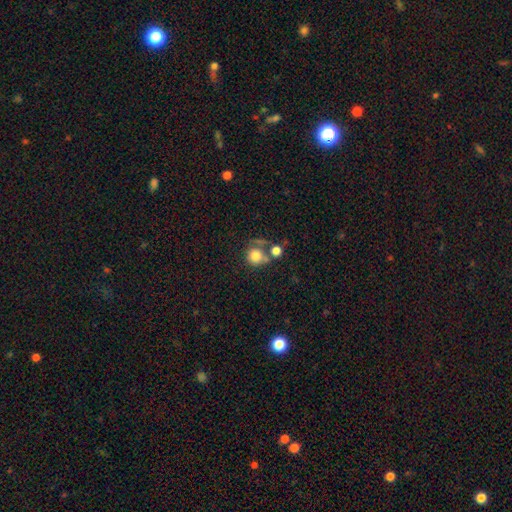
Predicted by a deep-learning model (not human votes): The model was most divided on "merging": none: 39%, merger: 36%, minor disturbance: 13%, major disturbance: 12%. More confident: how rounded — round (84%); smooth or featured — smooth (76%).